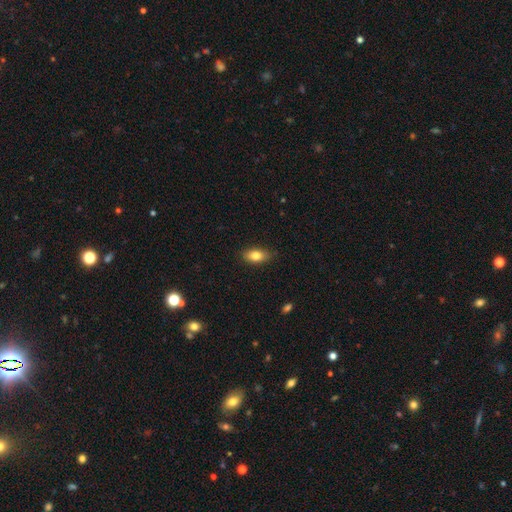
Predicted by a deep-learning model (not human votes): Smooth or featured? smooth (82%)
How rounded? in between (86%)
Merging? none (84%)